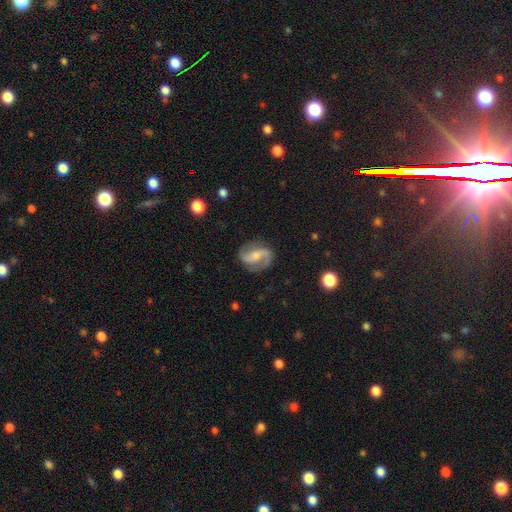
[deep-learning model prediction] A featured or disk galaxy (86%) with a weak bar (39%), 2 (93%) medium (45%) spiral arms (96%) and a small central bulge (49%). Merging: none (83%).